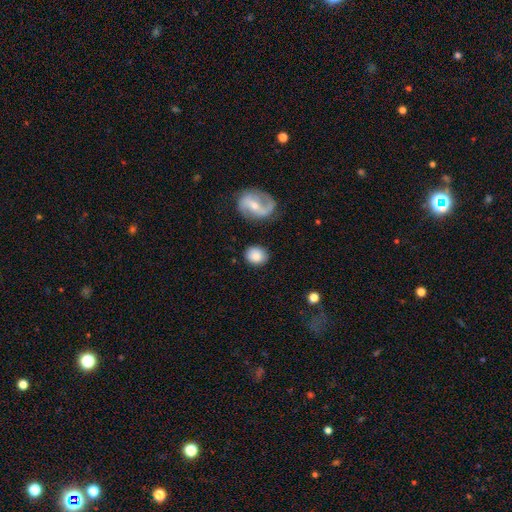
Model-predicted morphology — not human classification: The model was most divided on "how rounded": round: 69%, in between: 29%, cigar-shaped: 1%. More confident: merging — none (81%); smooth or featured — smooth (77%).